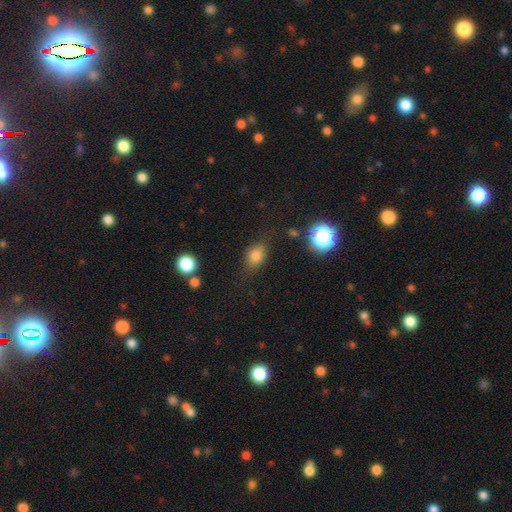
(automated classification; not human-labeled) smooth 79%, star or artifact 13%, featured or disk 8%. Down the decision tree: how rounded — in between (74%); merging — none (74%).